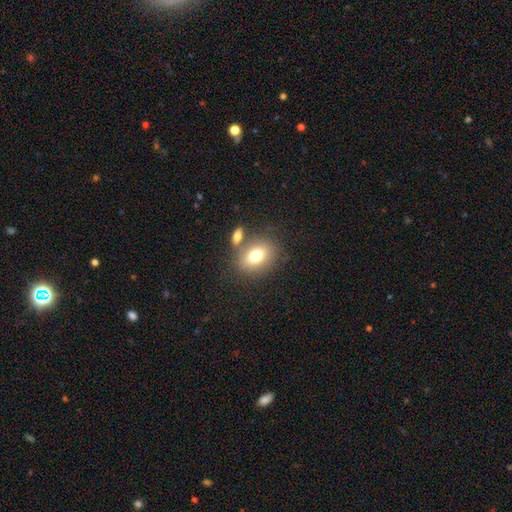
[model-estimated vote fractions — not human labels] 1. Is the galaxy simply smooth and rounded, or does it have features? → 75% smooth, 16% featured or disk, 10% star or artifact.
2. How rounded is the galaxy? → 70% in between, 29% round, 2% cigar-shaped.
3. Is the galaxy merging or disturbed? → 65% none, 19% merger, 11% minor disturbance, 4% major disturbance.